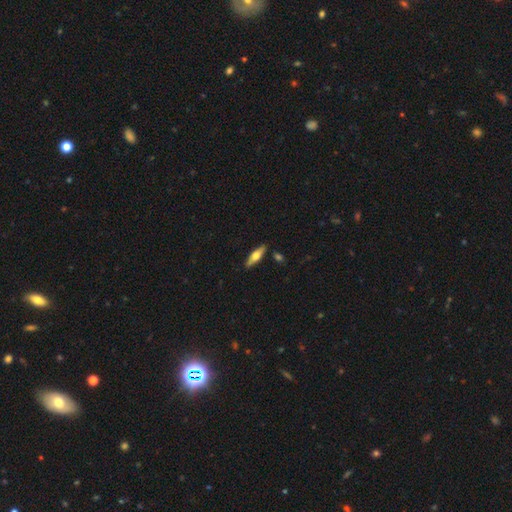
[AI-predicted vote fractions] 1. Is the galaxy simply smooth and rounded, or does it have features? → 47% featured or disk (tied), 47% smooth (tied), 6% star or artifact.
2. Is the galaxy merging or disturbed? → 87% none, 9% minor disturbance, 3% merger, 2% major disturbance.